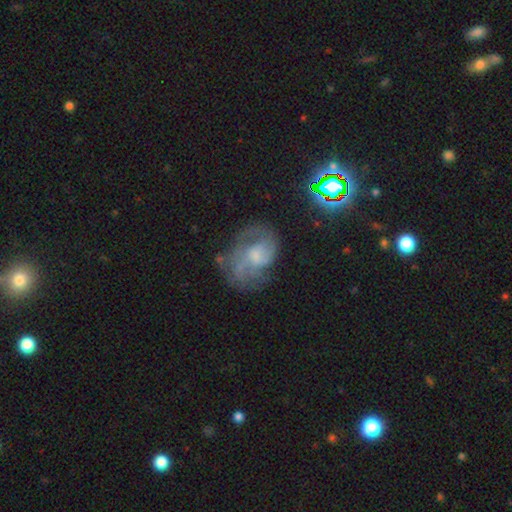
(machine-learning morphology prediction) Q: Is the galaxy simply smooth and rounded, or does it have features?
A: featured or disk — 65%.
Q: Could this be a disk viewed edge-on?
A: no — 97%.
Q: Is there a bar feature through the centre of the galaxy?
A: no — 61%.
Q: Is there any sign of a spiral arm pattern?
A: yes — 80%.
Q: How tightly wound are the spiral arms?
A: medium — 46%.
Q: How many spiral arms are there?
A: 2 — 42%.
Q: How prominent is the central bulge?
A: small — 42%.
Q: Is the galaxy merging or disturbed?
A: none — 52%.